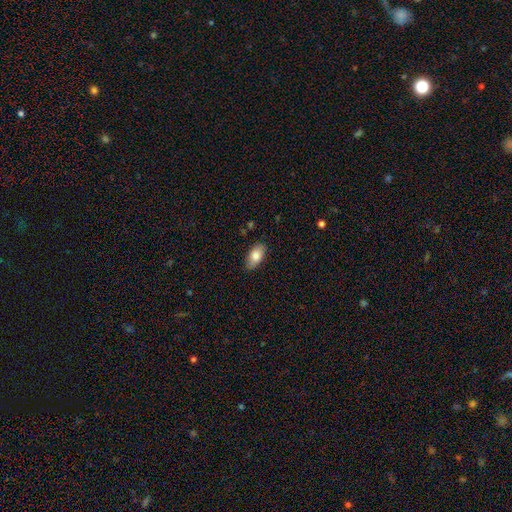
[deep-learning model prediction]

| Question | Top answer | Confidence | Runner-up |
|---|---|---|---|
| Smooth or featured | smooth | 82% | featured or disk (12%) |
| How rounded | in between | 93% | round (4%) |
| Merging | none | 85% | minor disturbance (12%) |